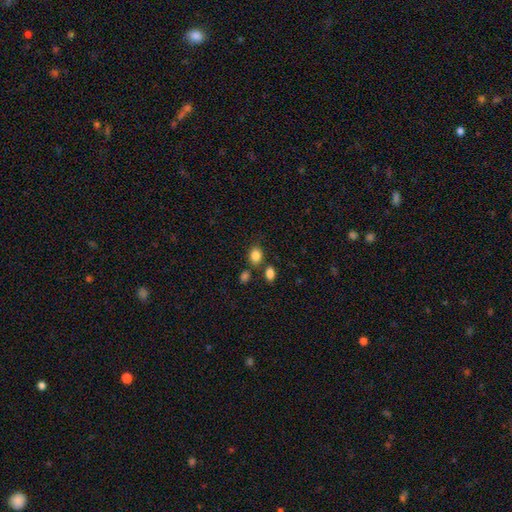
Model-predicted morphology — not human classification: The model was most divided on "how rounded": in between: 52%, round: 46%, cigar-shaped: 1%. More confident: smooth or featured — smooth (85%); merging — none (70%).